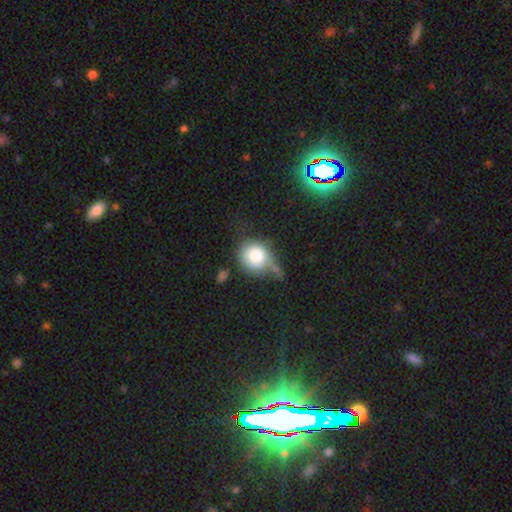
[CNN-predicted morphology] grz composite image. It shows a smooth galaxy with no disk features (77%) that is round (78%). Merging: none (38%).